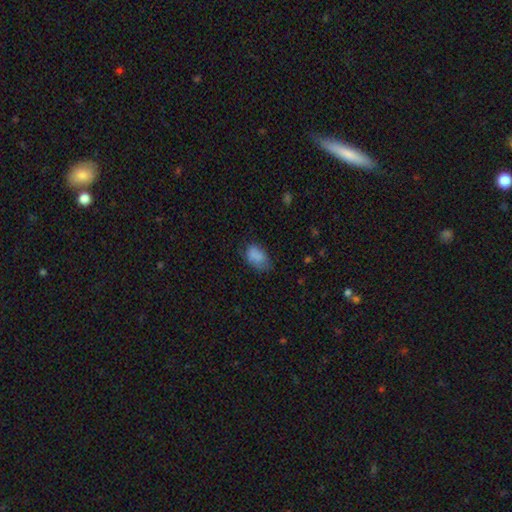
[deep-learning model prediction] Morphology: type=smooth (83%); roundness=in between (88%); merging=none (60%).